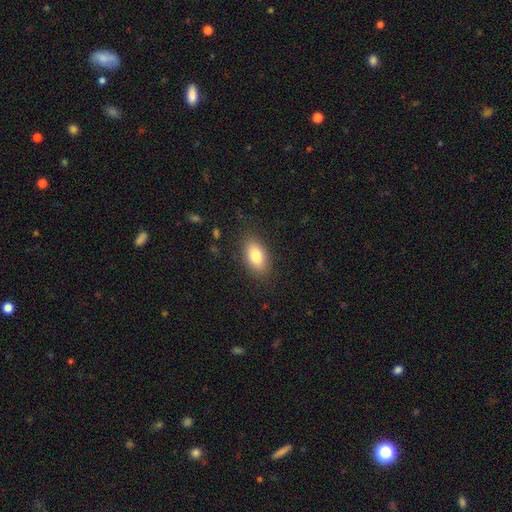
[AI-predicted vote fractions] smooth 80%, featured or disk 12%, star or artifact 8%. Down the decision tree: how rounded — in between (89%); merging — none (85%).